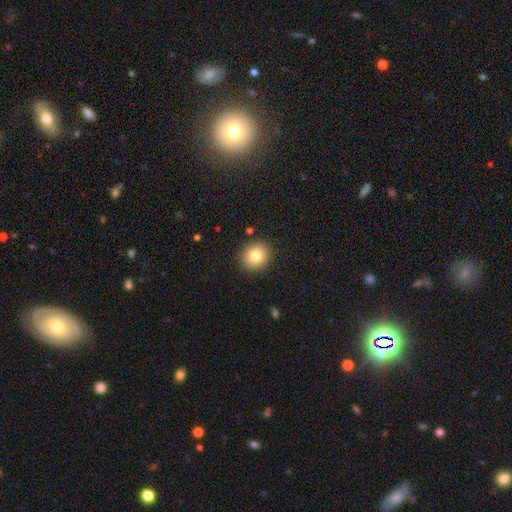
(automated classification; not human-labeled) Morphology: type=smooth (80%); roundness=round (78%); merging=none (90%).